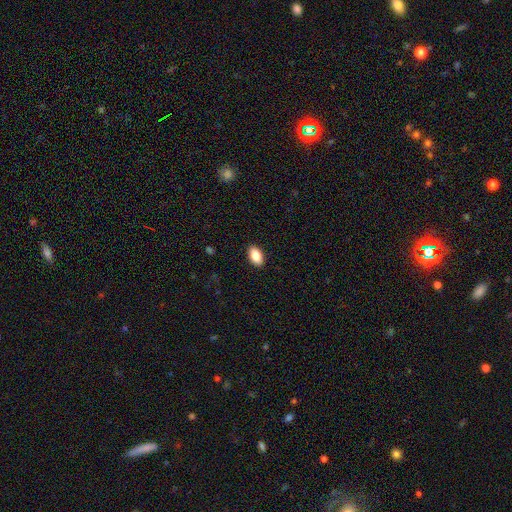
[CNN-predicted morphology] smooth-or-featured: smooth: 86% | star or artifact: 7% | featured or disk: 6%
  how-rounded: in between: 92% | round: 6% | cigar-shaped: 2%
  merging: none: 90% | minor disturbance: 8% | major disturbance: 2% | merger: 1%